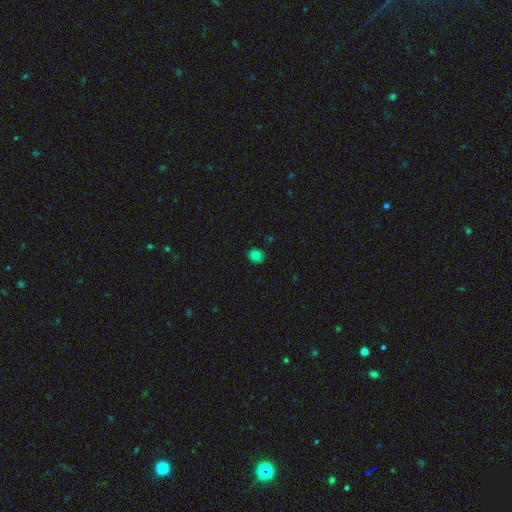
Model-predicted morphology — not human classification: smooth 81%, star or artifact 13%, featured or disk 6%. Down the decision tree: how rounded — round (72%); merging — none (88%).